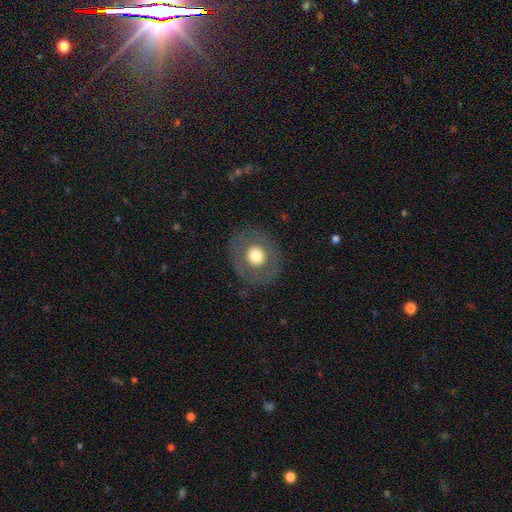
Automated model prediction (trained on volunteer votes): This appears to be a smooth galaxy with no disk features (61%) that is round (82%). Merging: none (84%).